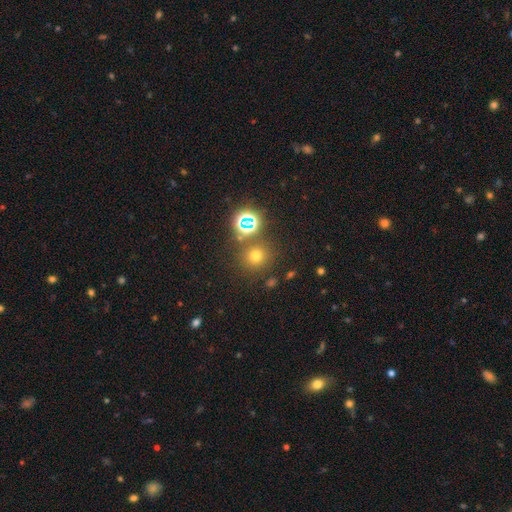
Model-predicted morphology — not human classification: A smooth galaxy with no disk features (64%) that is round (90%).

Vote fractions:
- Smooth or featured? smooth: 64% / star or artifact: 29% / featured or disk: 8%
- How rounded? round: 90% / in between: 9% / cigar-shaped: 1%
- Merging? none: 80% / minor disturbance: 8% / merger: 8% / major disturbance: 4%